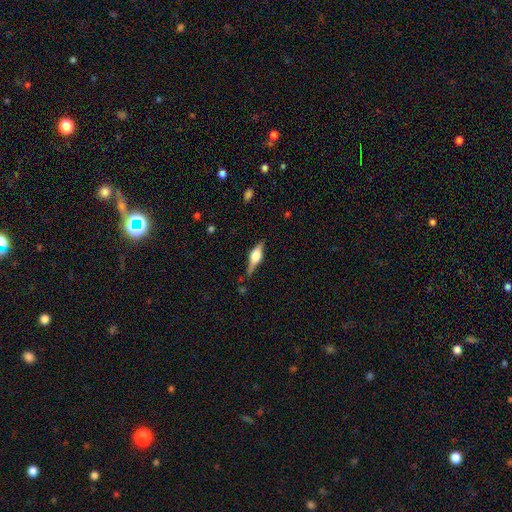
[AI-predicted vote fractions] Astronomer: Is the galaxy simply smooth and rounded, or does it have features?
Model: featured or disk — 63%.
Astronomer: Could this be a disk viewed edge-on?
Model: yes — 96%.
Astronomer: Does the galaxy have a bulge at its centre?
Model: rounded — 87%.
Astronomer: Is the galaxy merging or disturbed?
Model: none — 79%.